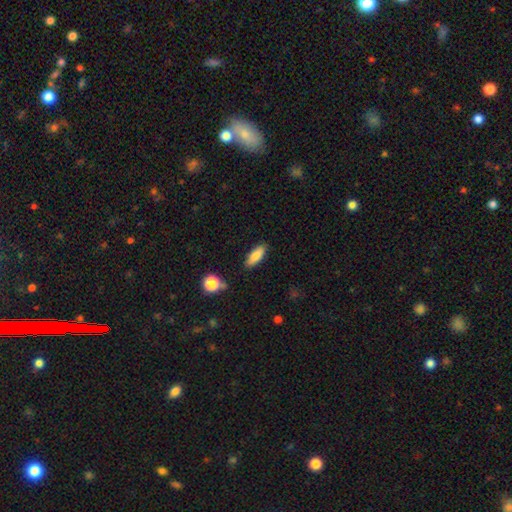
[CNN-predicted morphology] Overall: smooth (84%). How rounded: in between (67%; cigar-shaped 30%). Merging: none (84%).